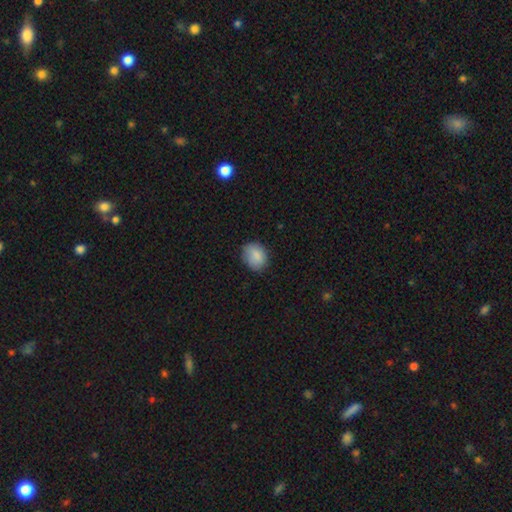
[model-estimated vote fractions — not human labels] This is clearly a smooth galaxy (86%). How rounded: possibly round (54%). Merging: likely none (79%).